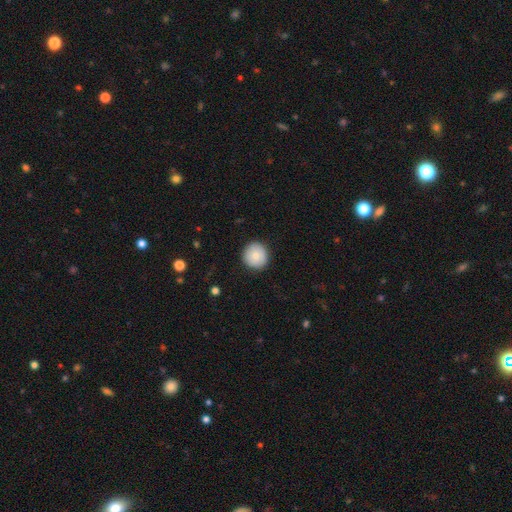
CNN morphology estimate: Smooth or featured?
  - smooth: 83% *
  - featured or disk: 10%
  - star or artifact: 7%
How rounded?
  - round: 95% *
  - in between: 4%
  - cigar-shaped: 1%
Merging?
  - none: 91% *
  - minor disturbance: 6%
  - major disturbance: 2%
  - merger: 1%